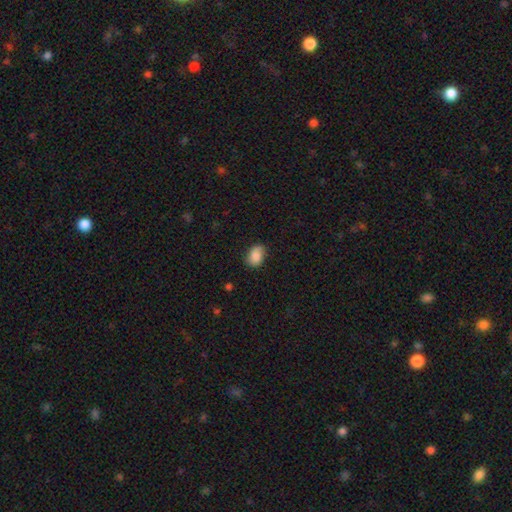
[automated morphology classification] Overall: smooth (86%). How rounded: in between (80%). Merging: none (76%).